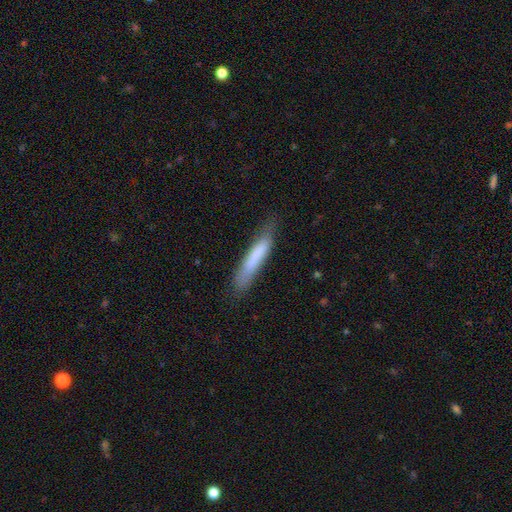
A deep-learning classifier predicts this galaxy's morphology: Overall: smooth (73%). How rounded: cigar-shaped (89%). Merging: none (71%).